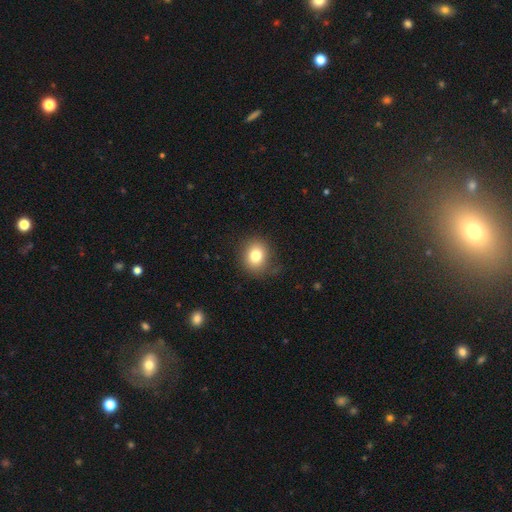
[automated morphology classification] smooth-or-featured: smooth: 80% | star or artifact: 11% | featured or disk: 9%
  how-rounded: round: 73% | in between: 26% | cigar-shaped: 1%
  merging: none: 82% | minor disturbance: 13% | major disturbance: 4% | merger: 1%